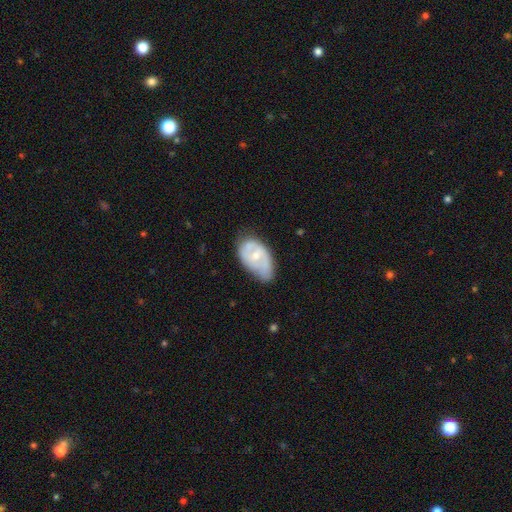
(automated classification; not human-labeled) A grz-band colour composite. It shows a featured or disk galaxy (56%) with no bar (60%), spiral arms (60%) and a small central bulge (54%). Merging: none (42%).